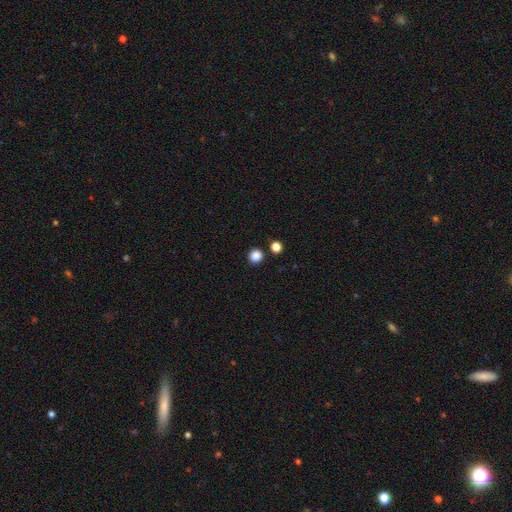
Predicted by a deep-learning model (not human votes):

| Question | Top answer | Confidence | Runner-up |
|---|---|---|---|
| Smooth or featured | smooth | 86% | star or artifact (11%) |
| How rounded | round | 94% | in between (5%) |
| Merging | none | 89% | minor disturbance (5%) |